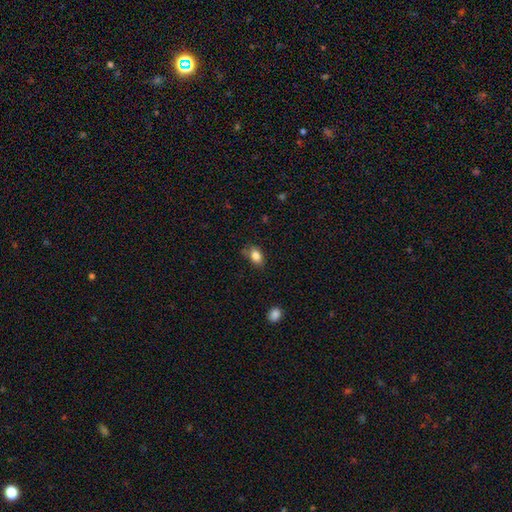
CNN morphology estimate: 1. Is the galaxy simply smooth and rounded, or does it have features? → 85% smooth, 9% star or artifact, 7% featured or disk.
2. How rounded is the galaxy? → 85% in between, 12% round, 2% cigar-shaped.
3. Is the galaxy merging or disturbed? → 72% none, 20% minor disturbance, 4% major disturbance, 4% merger.